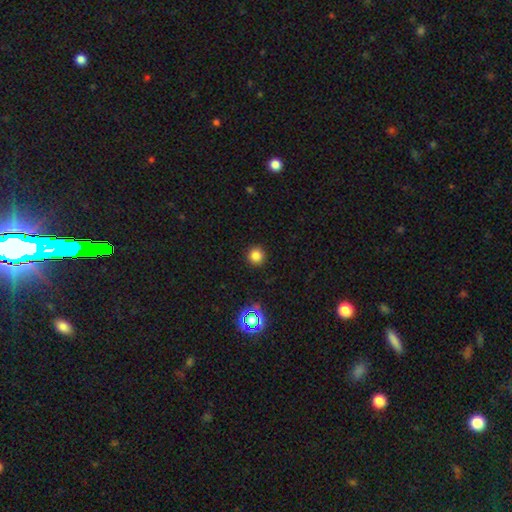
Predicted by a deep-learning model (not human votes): Smooth or featured: smooth — 81% (star or artifact — 15%)
How rounded: round — 95% (in between — 4%)
Merging: none — 92% (minor disturbance — 5%)